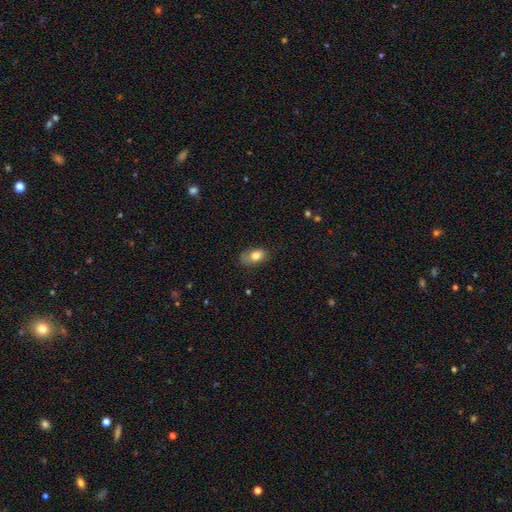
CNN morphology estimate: Smooth or featured? Predicted: smooth (p=0.77). How rounded? Predicted: in between (p=0.86). Merging? Predicted: none (p=0.58).